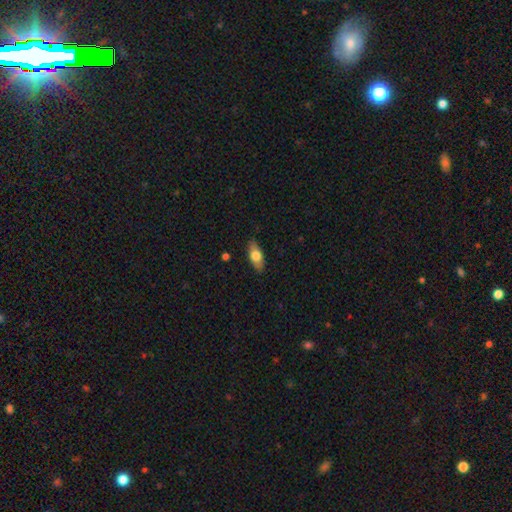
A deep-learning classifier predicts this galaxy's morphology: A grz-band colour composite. It shows a smooth galaxy with no disk features (70%) that is in between round and cigar-shaped (83%). Merging: none (85%).